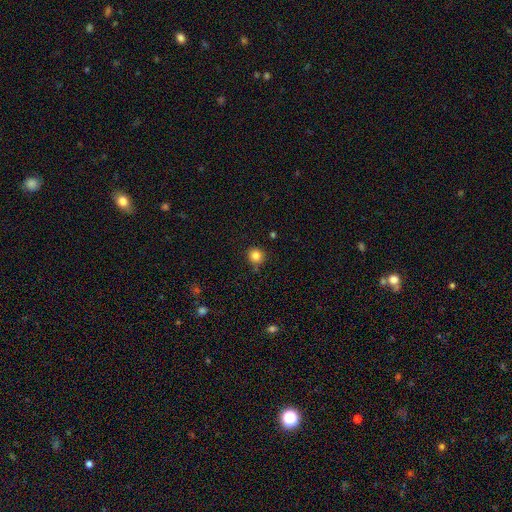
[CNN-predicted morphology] Smooth or featured? Predicted: smooth (p=0.84). How rounded? Predicted: round (p=0.92). Merging? Predicted: none (p=0.83).